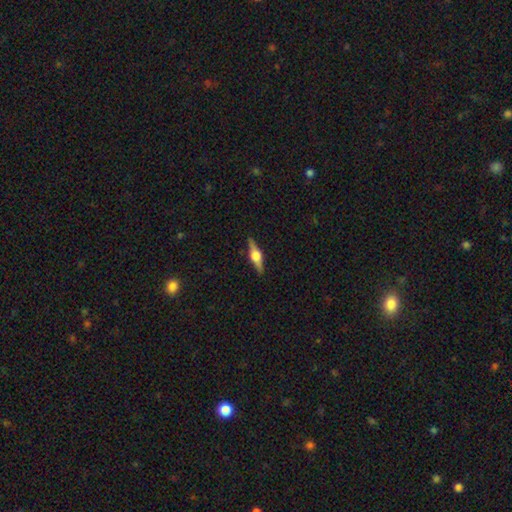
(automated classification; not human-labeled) Smooth or featured? Predicted: featured or disk (p=0.77). Edge-on disk? Predicted: yes (p=0.98). Edge-on bulge? Predicted: rounded (p=0.93). Merging? Predicted: none (p=0.90).